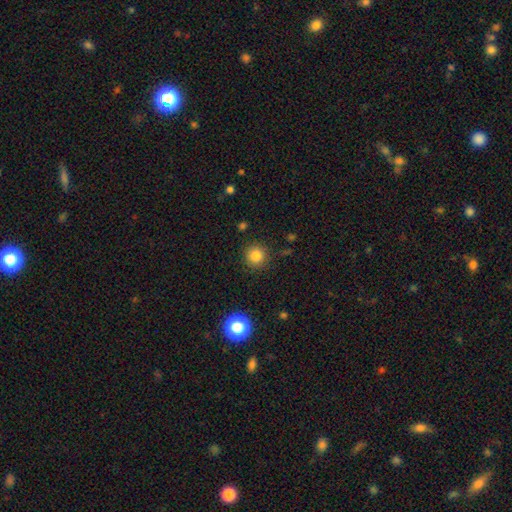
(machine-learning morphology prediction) smooth 83%, star or artifact 12%, featured or disk 5%. Down the decision tree: how rounded — round (94%); merging — none (89%).